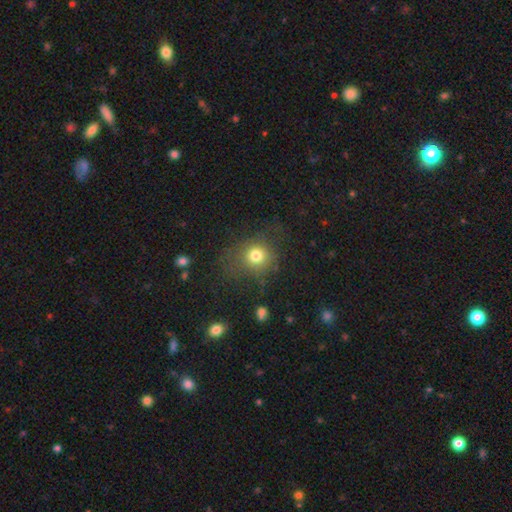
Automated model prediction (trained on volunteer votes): smooth 76%, star or artifact 14%, featured or disk 10%. Down the decision tree: how rounded — round (81%); merging — none (68%).